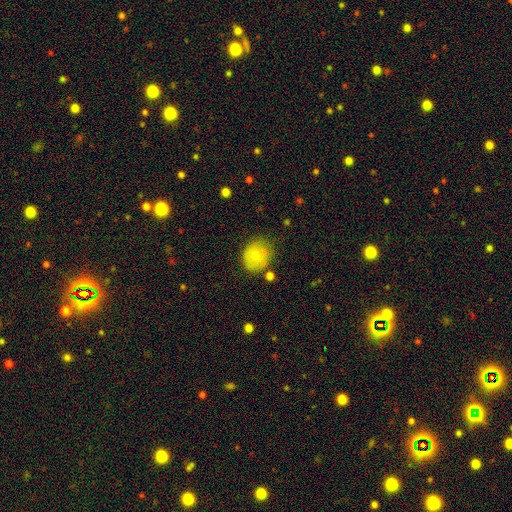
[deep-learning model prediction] This appears to be a smooth galaxy with no disk features (72%) that is round (69%). Merging: none (62%).